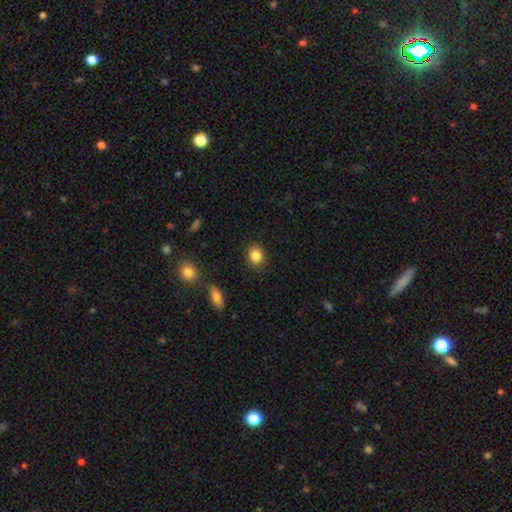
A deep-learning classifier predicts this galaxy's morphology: Q: Smooth or featured?
A: smooth (85%); runner-up: star or artifact (9%)
Q: How rounded?
A: round (61%); runner-up: in between (38%)
Q: Merging?
A: none (87%); runner-up: minor disturbance (9%)